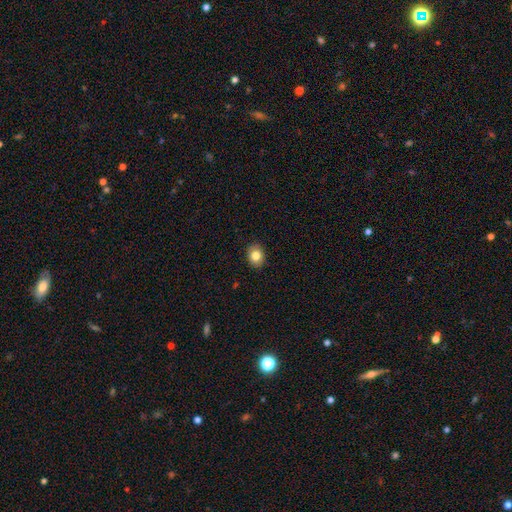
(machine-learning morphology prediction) A smooth galaxy with no disk features (82%) that is in between round and cigar-shaped (53%). Merging: none (89%).